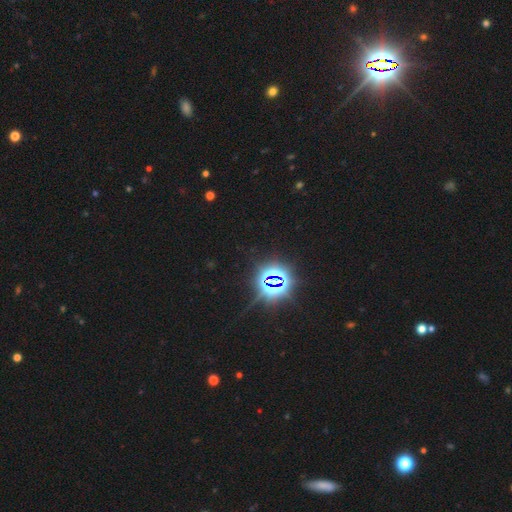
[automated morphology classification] Smooth or featured? star or artifact (85%)